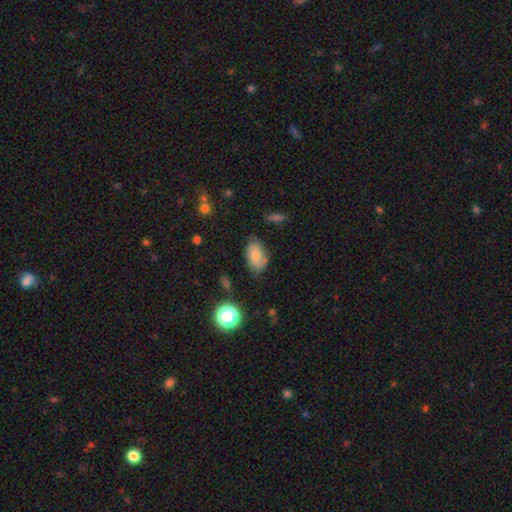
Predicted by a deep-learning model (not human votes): A smooth galaxy with no disk features (58%) that is in between round and cigar-shaped (90%).

Vote fractions:
- Smooth or featured? smooth: 58% / featured or disk: 32% / star or artifact: 10%
- How rounded? in between: 90% / round: 9% / cigar-shaped: 2%
- Merging? none: 68% / minor disturbance: 23% / major disturbance: 6% / merger: 2%